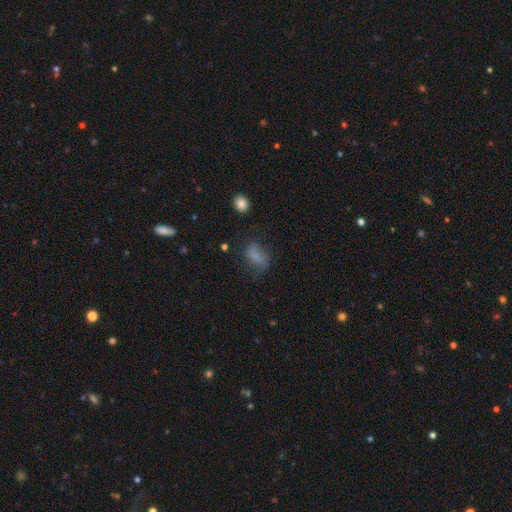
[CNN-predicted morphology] smooth 66%, featured or disk 19%, star or artifact 15%. Down the decision tree: how rounded — in between (79%); merging — none (49%).